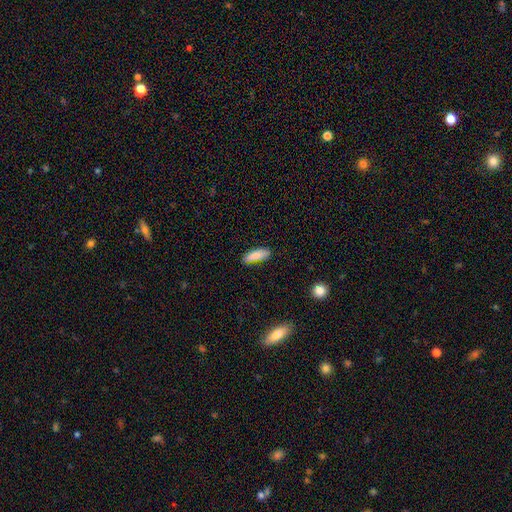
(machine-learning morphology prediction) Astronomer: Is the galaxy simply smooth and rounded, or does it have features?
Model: smooth — 86%.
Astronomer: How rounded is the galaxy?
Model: in between — 63%.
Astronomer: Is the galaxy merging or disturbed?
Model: none — 82%.